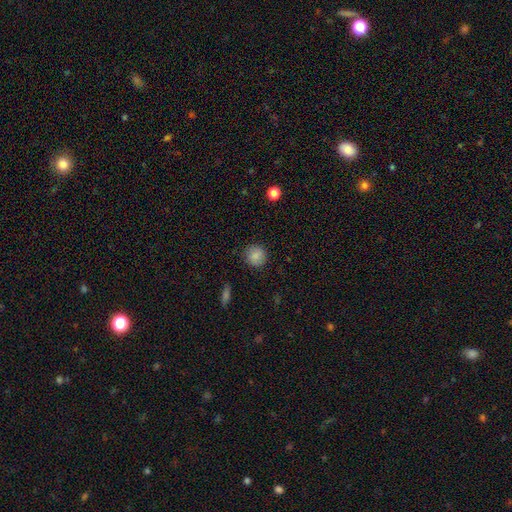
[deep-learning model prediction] The model was most divided on "smooth or featured": smooth: 86%, star or artifact: 9%, featured or disk: 5%. More confident: how rounded — round (91%); merging — none (88%).